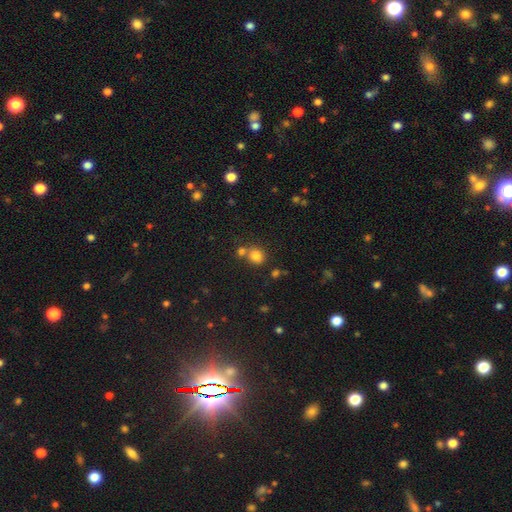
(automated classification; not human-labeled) This appears to be a smooth galaxy with no disk features (80%) that is round (75%). Merging: none (62%).